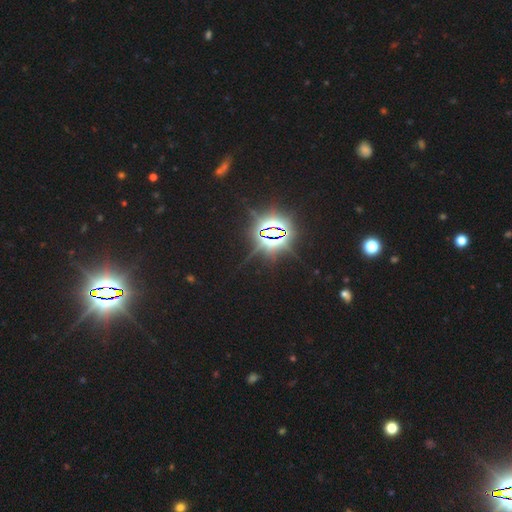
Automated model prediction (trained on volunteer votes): The model was most divided on "smooth or featured": star or artifact: 84%, smooth: 11%, featured or disk: 6%.